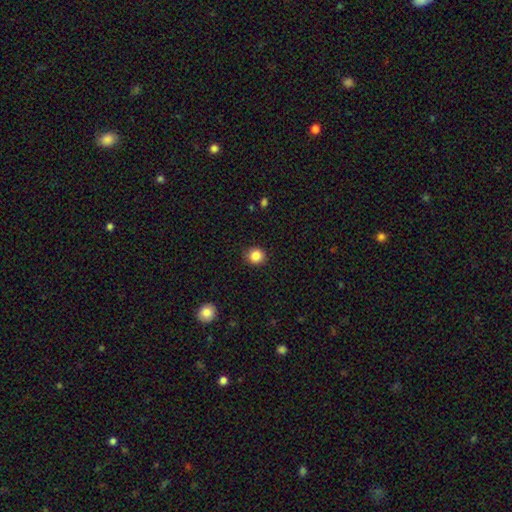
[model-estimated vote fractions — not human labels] This is clearly a smooth galaxy (86%). How rounded: clearly round (88%). Merging: clearly none (90%).